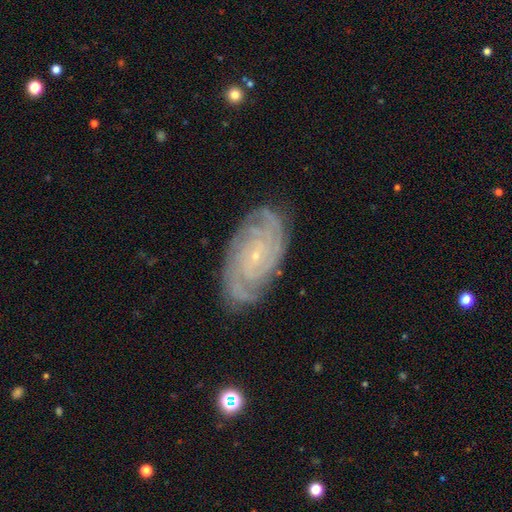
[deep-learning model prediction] A featured or disk galaxy (89%) with no bar (65%), 2 (25%) tight (78%) spiral arms (98%) and a small central bulge (88%). Merging: none (82%).